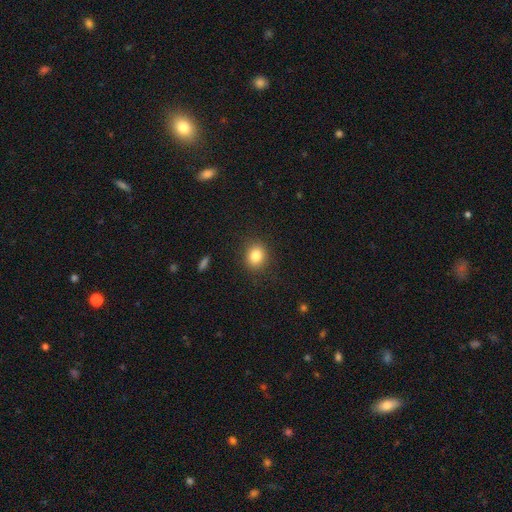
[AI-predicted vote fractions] Q: Smooth or featured?
A: smooth (83%); runner-up: star or artifact (11%)
Q: How rounded?
A: round (71%); runner-up: in between (28%)
Q: Merging?
A: none (88%); runner-up: minor disturbance (8%)